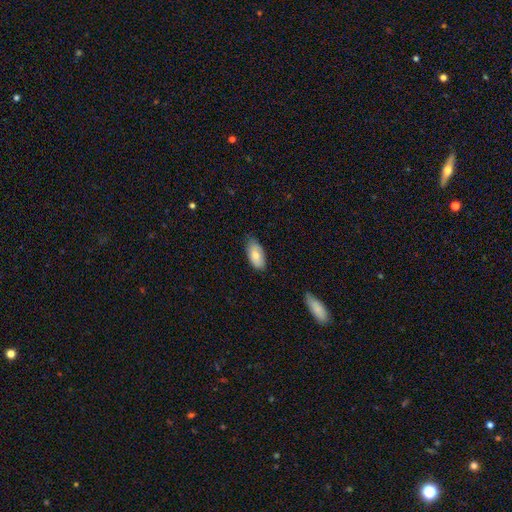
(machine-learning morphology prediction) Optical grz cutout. It shows a smooth galaxy with no disk features (78%) that is in between round and cigar-shaped (93%). Merging: none (73%).